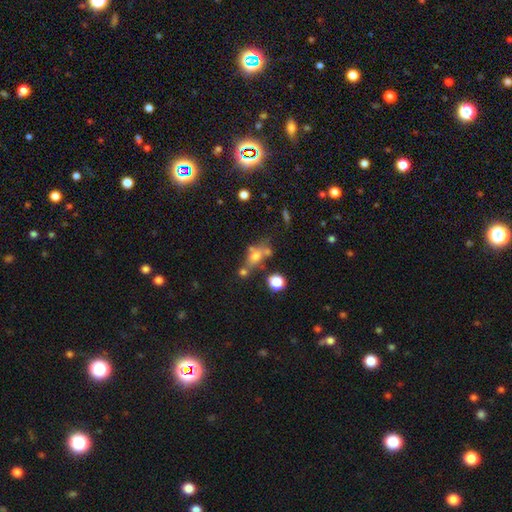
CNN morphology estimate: Smooth or featured?
  - smooth: 63% *
  - featured or disk: 20%
  - star or artifact: 17%
How rounded?
  - in between: 59% *
  - round: 33%
  - cigar-shaped: 8%
Merging?
  - none: 41% *
  - merger: 33%
  - minor disturbance: 15%
  - major disturbance: 11%